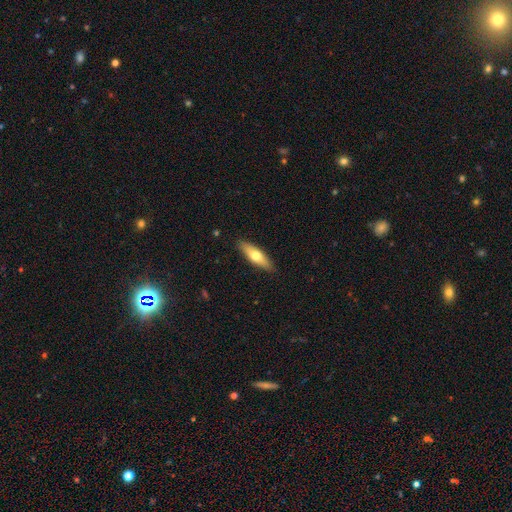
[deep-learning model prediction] Smooth or featured?
  - smooth: 61% *
  - featured or disk: 33%
  - star or artifact: 6%
How rounded?
  - cigar-shaped: 53% *
  - in between: 44%
  - round: 2%
Merging?
  - none: 89% *
  - minor disturbance: 9%
  - major disturbance: 2%
  - merger: 1%